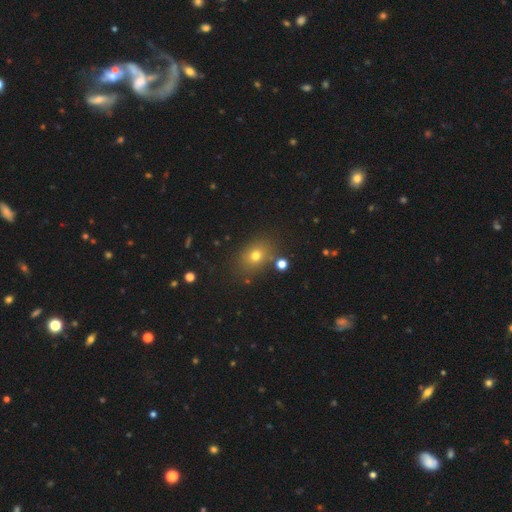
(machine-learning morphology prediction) smooth 72%, star or artifact 17%, featured or disk 11%. Down the decision tree: how rounded — in between (53%); merging — none (79%).